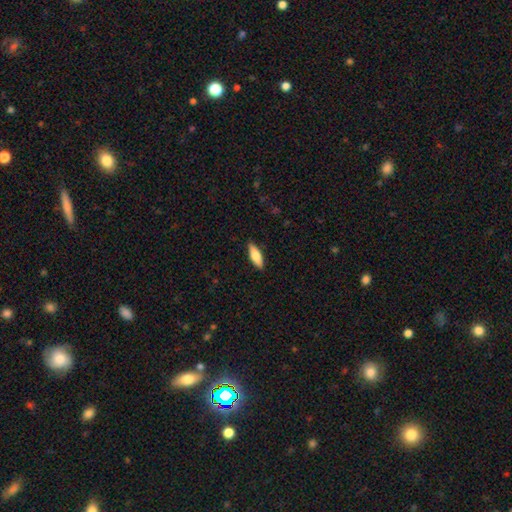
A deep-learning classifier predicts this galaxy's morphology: Q: Smooth or featured?
A: smooth (77%); runner-up: featured or disk (17%)
Q: How rounded?
A: in between (59%); runner-up: cigar-shaped (39%)
Q: Merging?
A: none (88%); runner-up: minor disturbance (9%)